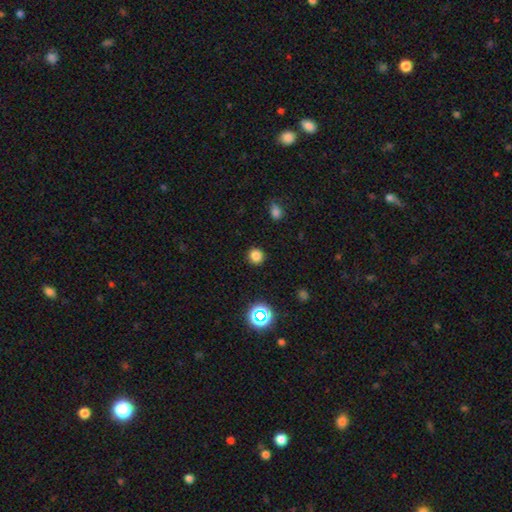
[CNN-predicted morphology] A smooth galaxy with no disk features (81%) that is round (91%).

Vote fractions:
- Smooth or featured? smooth: 81% / star or artifact: 15% / featured or disk: 4%
- How rounded? round: 91% / in between: 8% / cigar-shaped: 1%
- Merging? none: 90% / minor disturbance: 6% / major disturbance: 2% / merger: 1%